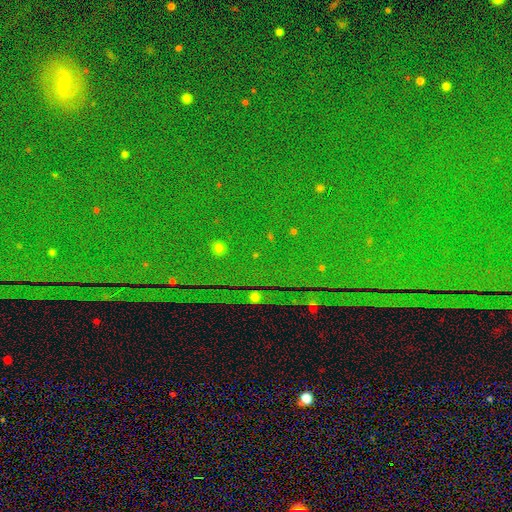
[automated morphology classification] type=star or artifact (86%).